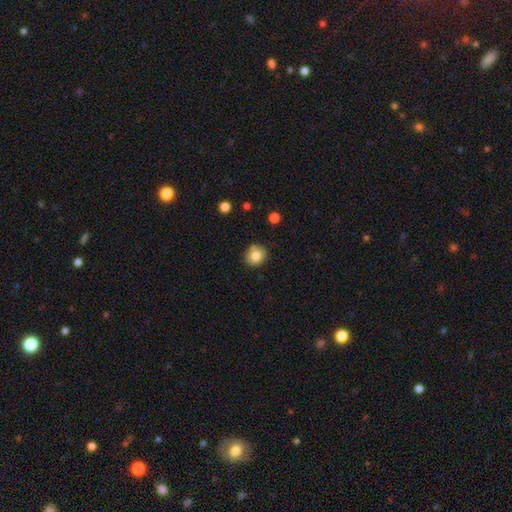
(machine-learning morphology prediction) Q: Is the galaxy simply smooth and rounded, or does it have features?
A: smooth — 80%.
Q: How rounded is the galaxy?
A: round — 84%.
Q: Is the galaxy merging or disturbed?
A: none — 83%.